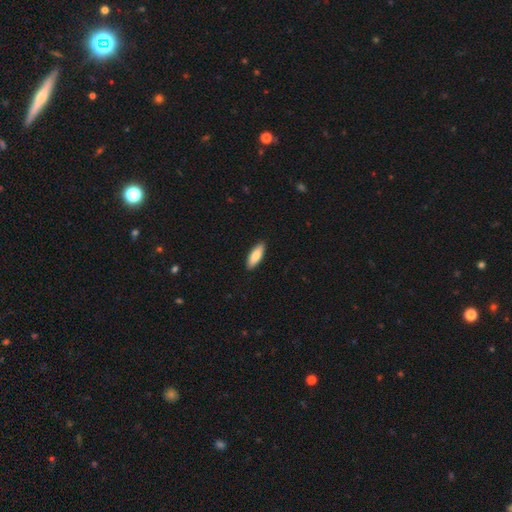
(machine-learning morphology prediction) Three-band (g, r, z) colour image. It shows a smooth galaxy with no disk features (83%) that is in between round and cigar-shaped (63%). Merging: none (90%).